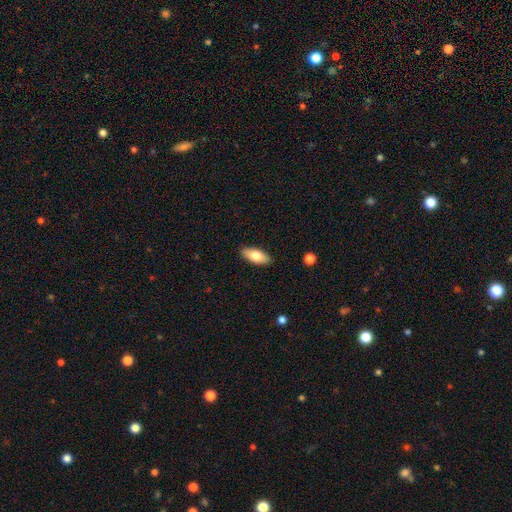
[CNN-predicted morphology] Smooth or featured: smooth — 78% (featured or disk — 16%)
How rounded: in between — 86% (cigar-shaped — 12%)
Merging: none — 89% (minor disturbance — 8%)